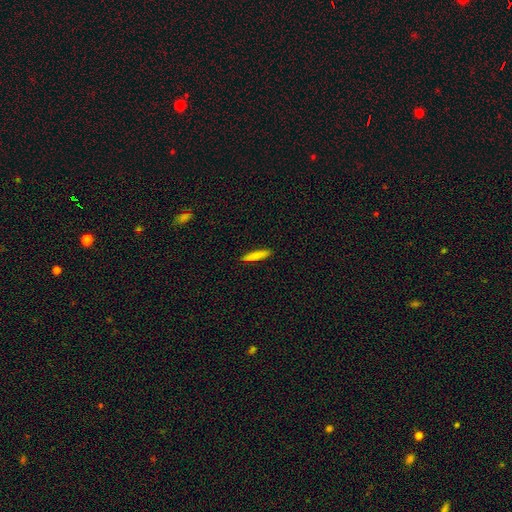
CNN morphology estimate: This appears to be a smooth galaxy with no disk features (83%) that is cigar-shaped (89%). Merging: none (90%).